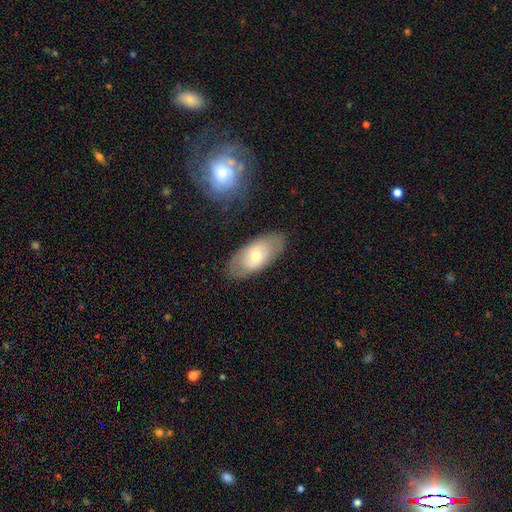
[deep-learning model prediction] Smooth or featured? Predicted: smooth (p=0.54). How rounded? Predicted: in between (p=0.91). Merging? Predicted: none (p=0.79).